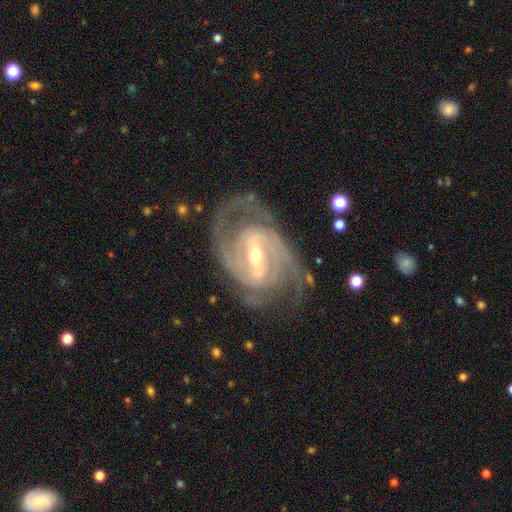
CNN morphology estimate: smooth-or-featured: featured or disk: 92% | star or artifact: 5% | smooth: 4%
  disk-edge-on: no: 97% | yes: 3%
    bar: strong: 52% | weak: 38% | no: 10%
    has-spiral-arms: yes: 97% | no: 3%
      spiral-winding: tight: 55% | medium: 38% | loose: 7%
      spiral-arm-count: 2: 57% | 3: 18% | can't tell: 11% | 4: 6% | 1: 4% | more than 4: 4%
    bulge-size: moderate: 53% | small: 42% | large: 3% | none: 1% | dominant: 1%
  merging: none: 72% | minor disturbance: 17% | major disturbance: 10% | merger: 2%